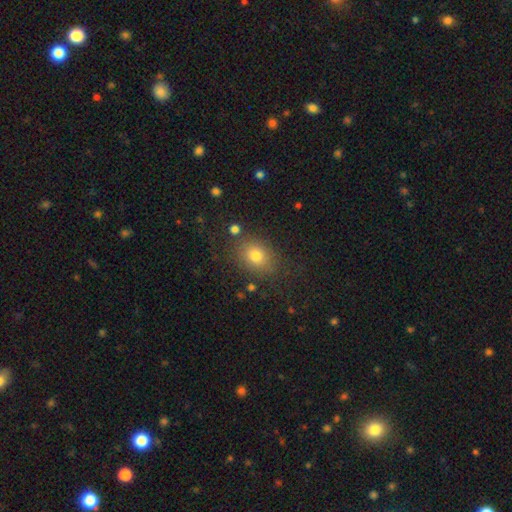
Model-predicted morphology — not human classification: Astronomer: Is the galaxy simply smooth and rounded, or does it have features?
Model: smooth — 77%.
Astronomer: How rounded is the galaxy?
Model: in between — 58% (runner-up: round, 41%).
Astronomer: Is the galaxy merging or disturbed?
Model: none — 80%.